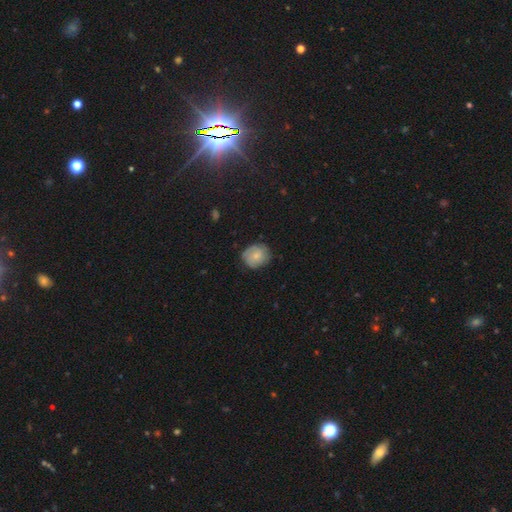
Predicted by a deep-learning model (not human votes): smooth_or_featured: smooth (p=0.61) [alt: featured or disk p=0.31]
how_rounded: round (p=0.70) [alt: in between p=0.29]
merging: none (p=0.75) [alt: minor disturbance p=0.20]